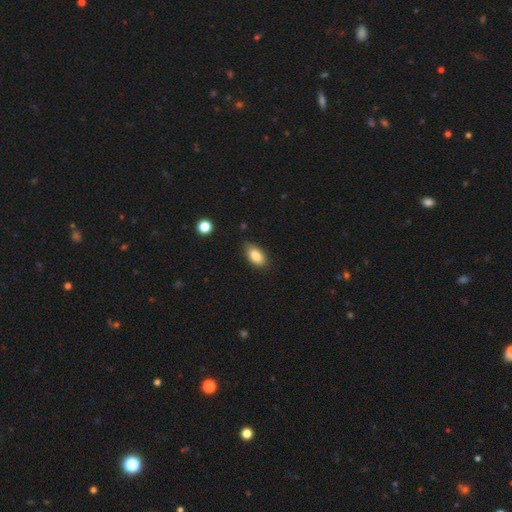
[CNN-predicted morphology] A smooth galaxy with no disk features (86%) that is in between round and cigar-shaped (91%). Merging: none (73%).